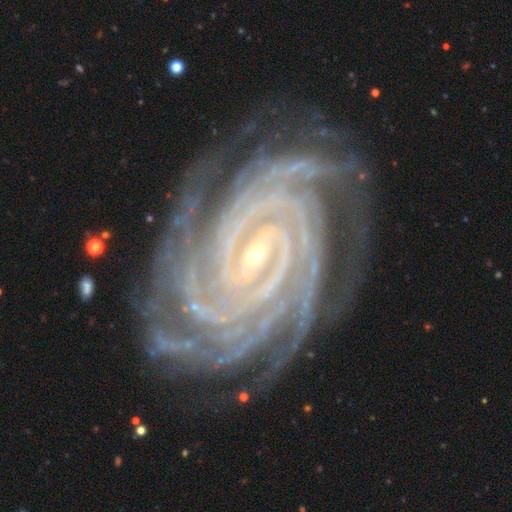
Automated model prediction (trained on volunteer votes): smooth_or_featured: featured or disk (p=0.93) [alt: star or artifact p=0.04]
disk_edge_on: no (p=0.98) [alt: yes p=0.02]
bar: strong (p=0.41) [alt: weak p=0.37]
has_spiral_arms: yes (p=0.99) [alt: no p=0.01]
spiral_winding: tight (p=0.88) [alt: medium p=0.11]
spiral_arm_count: more than 4 (p=0.28) [tied with: 4 p=0.28]
bulge_size: small (p=0.78) [alt: moderate p=0.18]
merging: none (p=0.81) [alt: minor disturbance p=0.13]